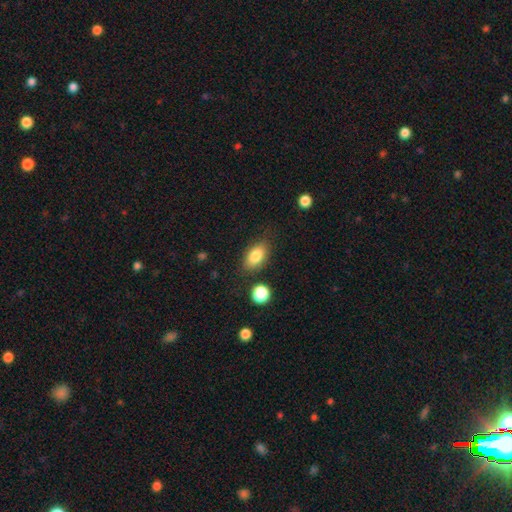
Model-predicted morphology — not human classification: smooth-or-featured: smooth: 83% | featured or disk: 9% | star or artifact: 8%
  how-rounded: in between: 88% | round: 8% | cigar-shaped: 4%
  merging: none: 79% | minor disturbance: 14% | major disturbance: 4% | merger: 4%